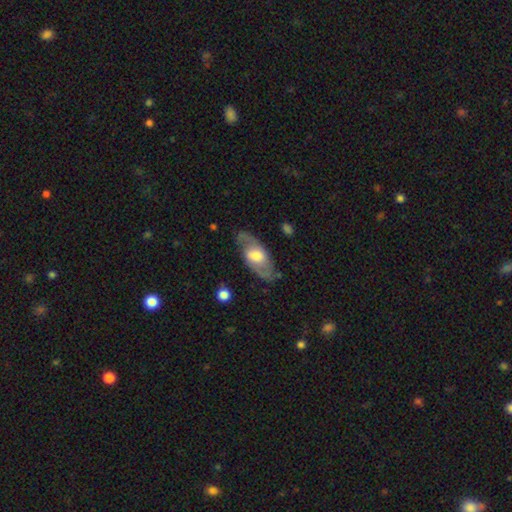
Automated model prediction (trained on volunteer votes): Morphology: type=featured or disk (65%); edge-on=no (86%); bar=no (49%); spiral arms=yes (70%); bulge=moderate (53%); merging=none (78%).